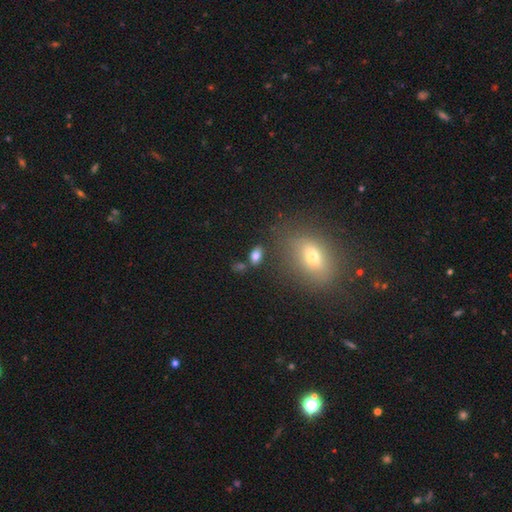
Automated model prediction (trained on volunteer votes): Overall: smooth (81%). How rounded: in between (87%). Merging: none (75%).